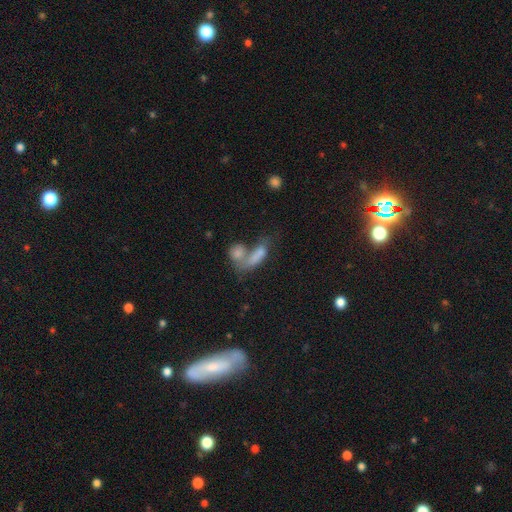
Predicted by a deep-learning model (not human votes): Q: Smooth or featured?
A: smooth (71%); runner-up: featured or disk (18%)
Q: How rounded?
A: in between (65%); runner-up: cigar-shaped (24%)
Q: Merging?
A: merger (60%); runner-up: none (22%)